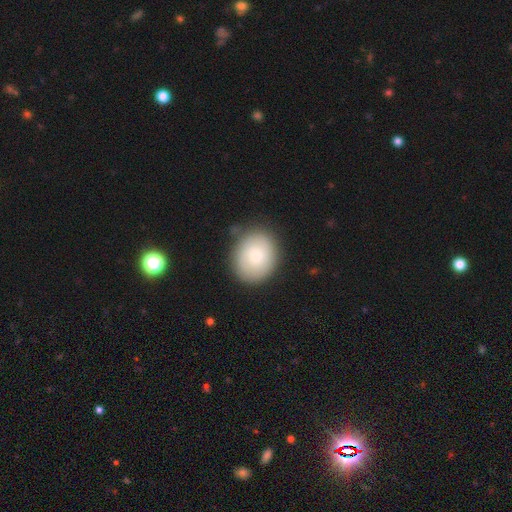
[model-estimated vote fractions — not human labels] smooth-or-featured: smooth: 69% | featured or disk: 24% | star or artifact: 7%
  how-rounded: round: 67% | in between: 32% | cigar-shaped: 1%
  merging: none: 82% | minor disturbance: 13% | major disturbance: 4% | merger: 2%